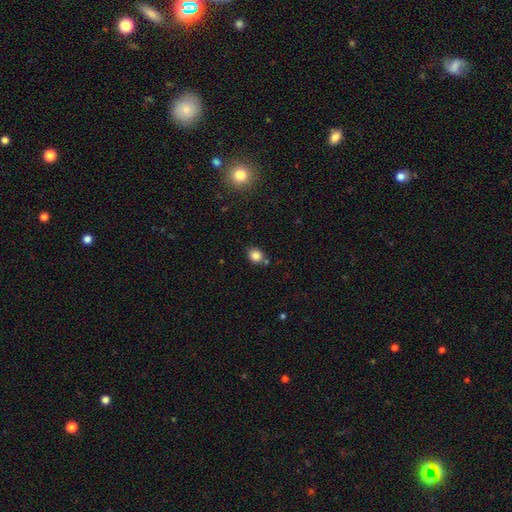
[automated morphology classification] Smooth or featured? Predicted: smooth (p=0.83). How rounded? Predicted: round (p=0.70). Merging? Predicted: none (p=0.75).